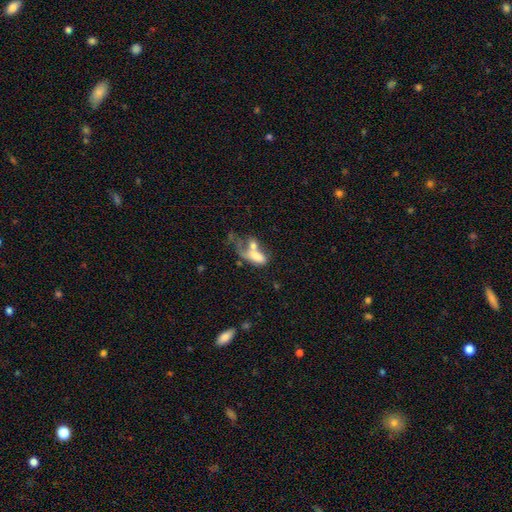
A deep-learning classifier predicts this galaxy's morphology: Smooth or featured? smooth (64%)
How rounded? in between (84%)
Merging? merger (52%)